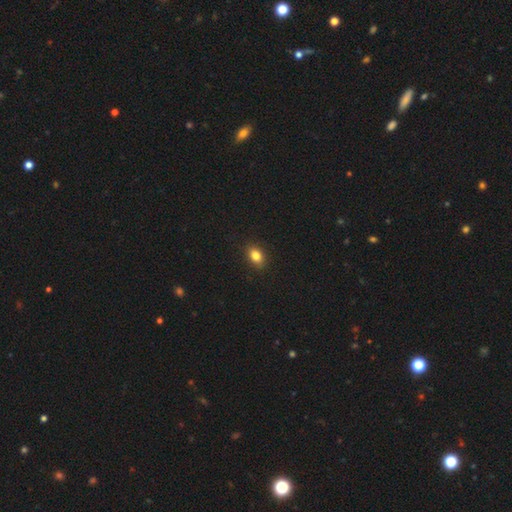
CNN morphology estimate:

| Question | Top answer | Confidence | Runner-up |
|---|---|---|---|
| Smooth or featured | smooth | 83% | star or artifact (10%) |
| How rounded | in between | 74% | round (24%) |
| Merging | none | 89% | minor disturbance (8%) |